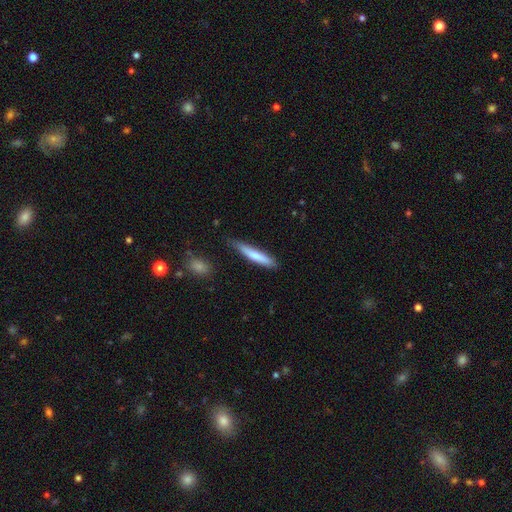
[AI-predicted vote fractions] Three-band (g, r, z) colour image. It shows a smooth galaxy with no disk features (73%) that is cigar-shaped (92%). Merging: none (76%).